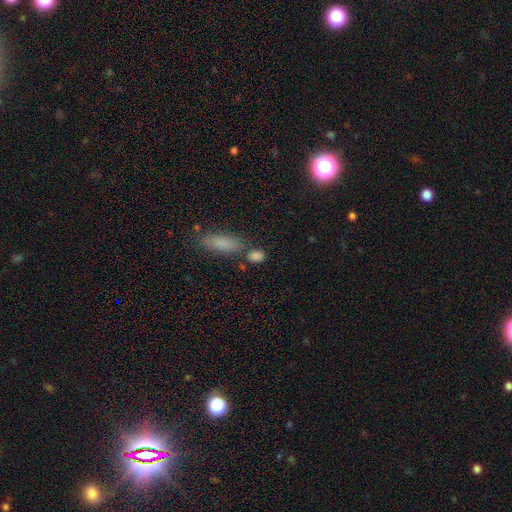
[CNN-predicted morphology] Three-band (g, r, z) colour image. It shows a smooth galaxy with no disk features (83%) that is in between round and cigar-shaped (72%). Merging: none (64%).